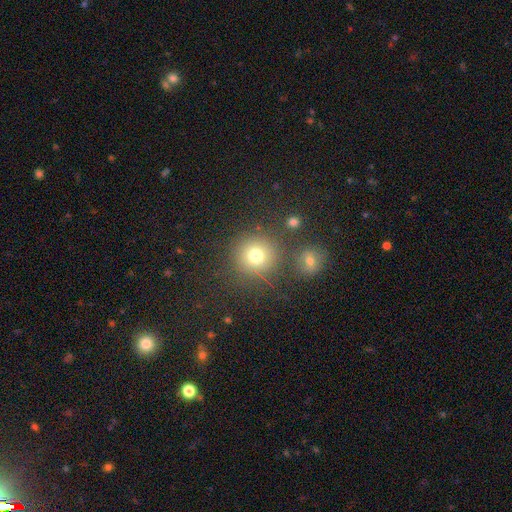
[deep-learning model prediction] Morphology: type=smooth (75%); roundness=round (92%); merging=none (78%).